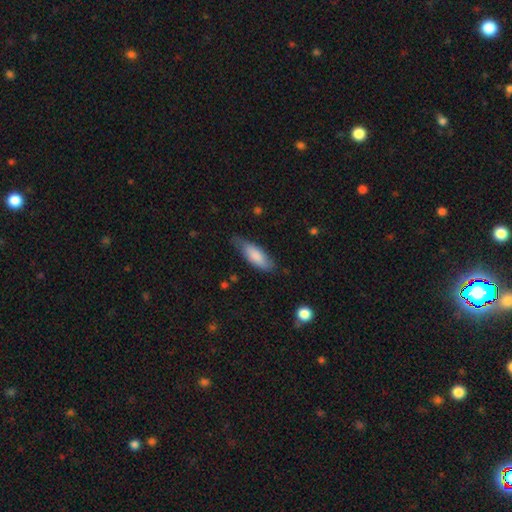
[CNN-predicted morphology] Smooth or featured? smooth (82%)
How rounded? in between (64%)
Merging? none (65%)